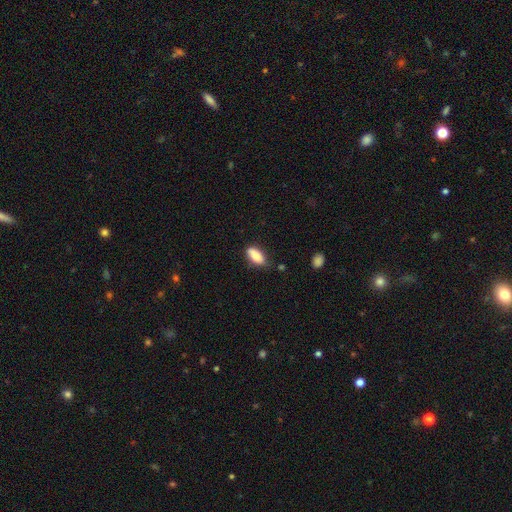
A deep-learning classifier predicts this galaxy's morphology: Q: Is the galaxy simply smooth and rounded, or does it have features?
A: smooth — 84%.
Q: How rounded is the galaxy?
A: in between — 85%.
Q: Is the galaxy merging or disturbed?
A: none — 68%.